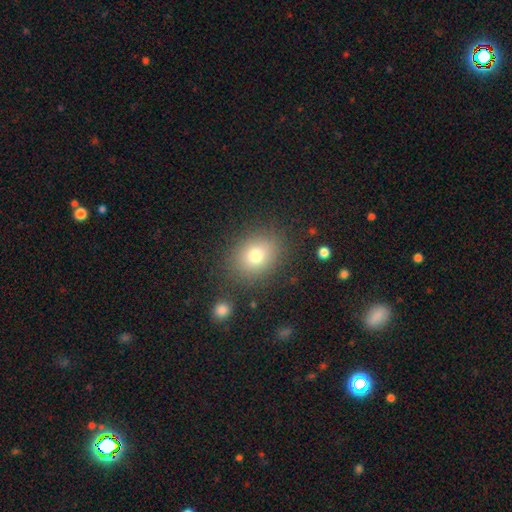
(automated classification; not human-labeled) Smooth or featured? Predicted: smooth (p=0.76). How rounded? Predicted: round (p=0.50). Merging? Predicted: none (p=0.83).